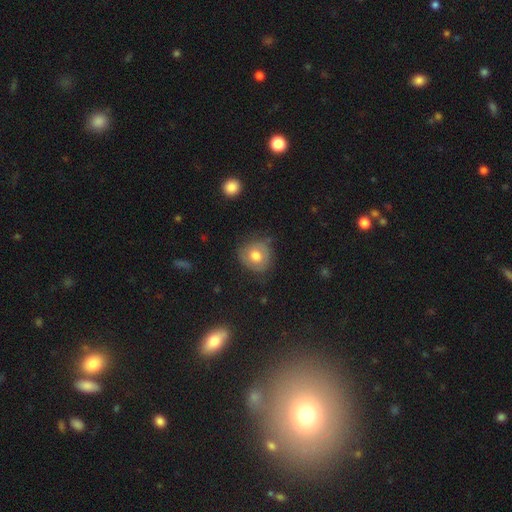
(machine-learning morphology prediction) A smooth galaxy with no disk features (63%) that is round (81%). Merging: none (68%).